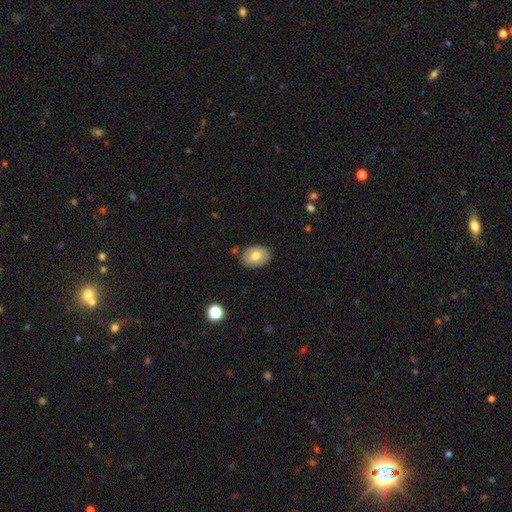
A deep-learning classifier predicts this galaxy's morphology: Q: Smooth or featured?
A: smooth (74%); runner-up: featured or disk (18%)
Q: How rounded?
A: in between (74%); runner-up: round (25%)
Q: Merging?
A: none (83%); runner-up: minor disturbance (12%)